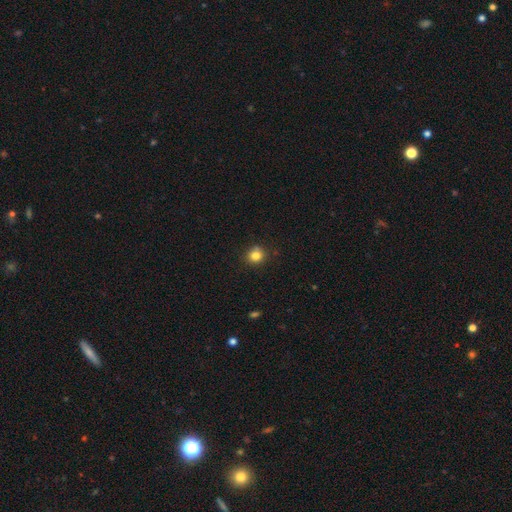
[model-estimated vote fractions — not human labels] A smooth galaxy with no disk features (82%) that is round (85%).

Vote fractions:
- Smooth or featured? smooth: 82% / star or artifact: 12% / featured or disk: 6%
- How rounded? round: 85% / in between: 14% / cigar-shaped: 1%
- Merging? none: 82% / minor disturbance: 12% / merger: 3% / major disturbance: 2%